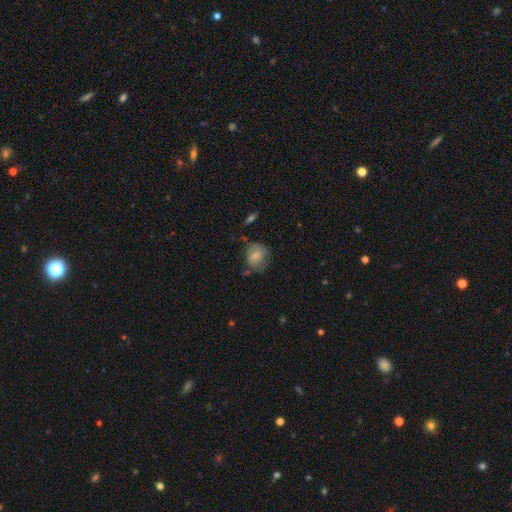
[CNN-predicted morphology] A smooth galaxy with no disk features (72%) that is round (60%). Merging: none (52%).